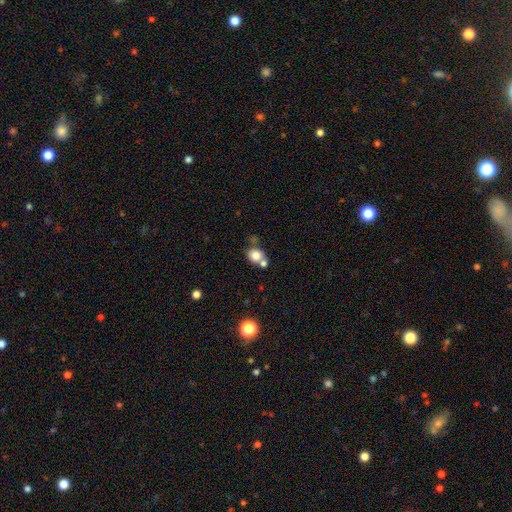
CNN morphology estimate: The model was most divided on "merging": none: 47%, merger: 37%, minor disturbance: 12%, major disturbance: 5%. More confident: smooth or featured — smooth (78%); how rounded — round (66%).